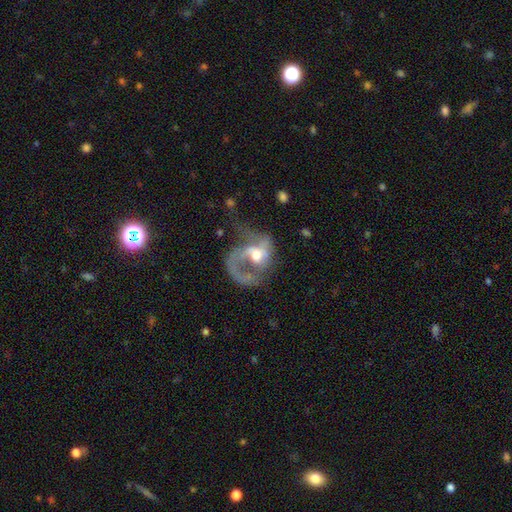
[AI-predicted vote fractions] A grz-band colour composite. It shows a featured or disk galaxy (73%) with no bar (65%), 1 (70%) loose (50%) spiral arms (73%) and a moderate central bulge (67%). Merging: major disturbance (59%).